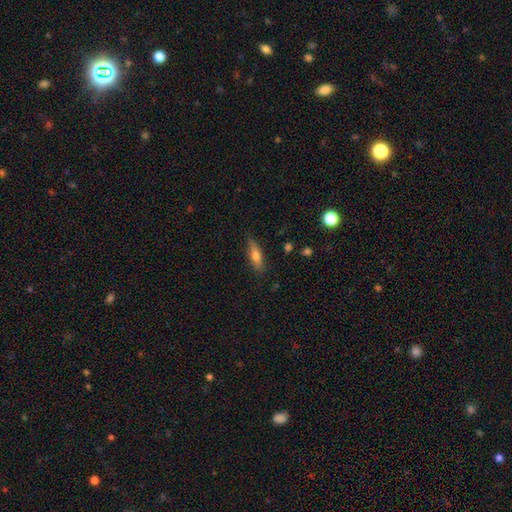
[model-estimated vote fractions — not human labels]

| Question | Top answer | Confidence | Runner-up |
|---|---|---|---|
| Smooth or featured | smooth | 70% | featured or disk (23%) |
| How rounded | cigar-shaped | 52% | in between (45%) |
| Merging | none | 82% | minor disturbance (14%) |